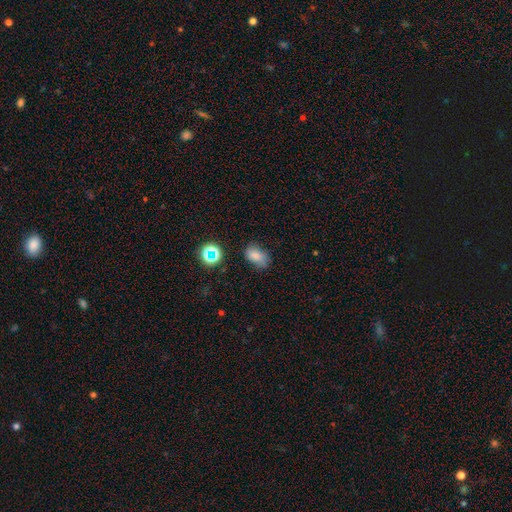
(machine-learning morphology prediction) Smooth or featured: smooth — 76% (star or artifact — 15%)
How rounded: in between — 82% (round — 16%)
Merging: none — 63% (minor disturbance — 27%)